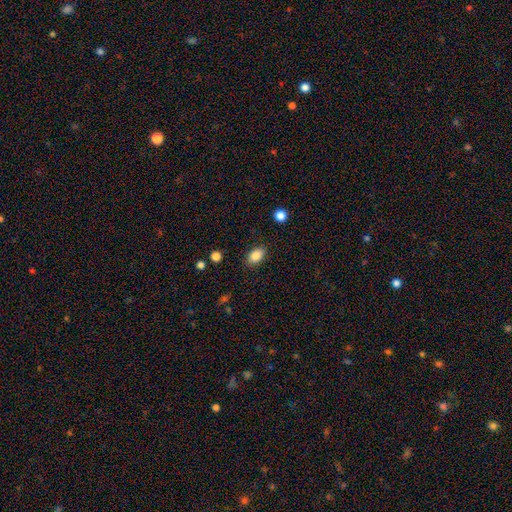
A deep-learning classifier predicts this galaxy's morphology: This appears to be a smooth galaxy with no disk features (85%) that is in between round and cigar-shaped (87%). Merging: none (86%).